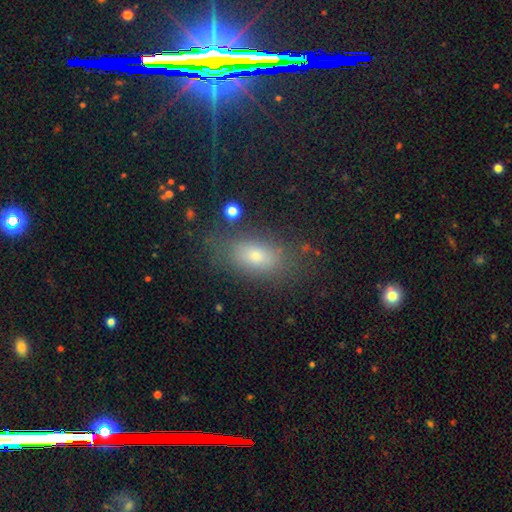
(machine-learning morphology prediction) Smooth or featured: smooth — 74% (featured or disk — 15%)
How rounded: in between — 86% (round — 8%)
Merging: none — 74% (minor disturbance — 15%)